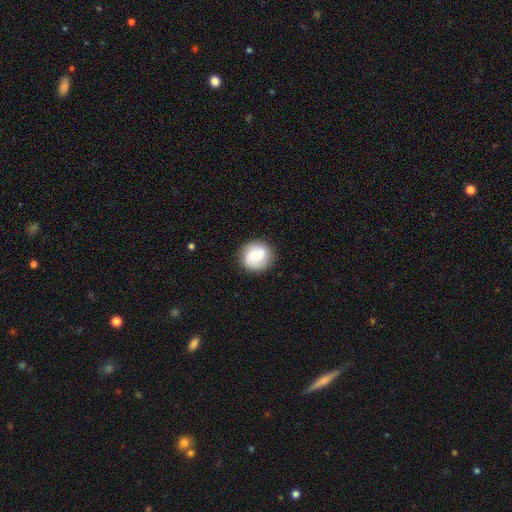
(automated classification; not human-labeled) Smooth or featured? featured or disk (59%)
Edge-on disk? no (98%)
Bar? weak (46%)
Spiral arms? yes (92%)
Spiral winding? medium (45%)
Spiral arm count? 2 (87%)
Bulge size? moderate (44%)
Merging? none (87%)